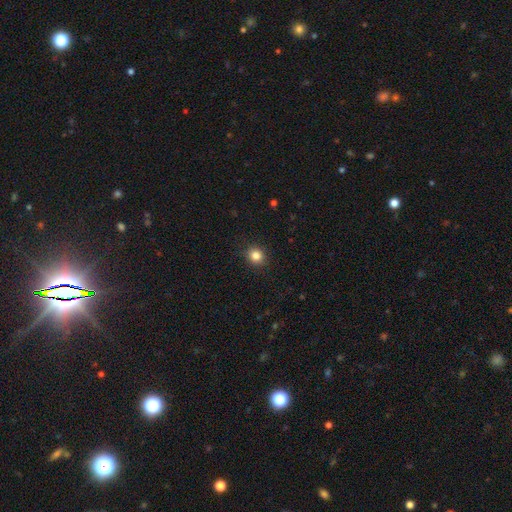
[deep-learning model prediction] This is clearly a smooth galaxy (84%). How rounded: clearly round (83%). Merging: clearly none (91%).